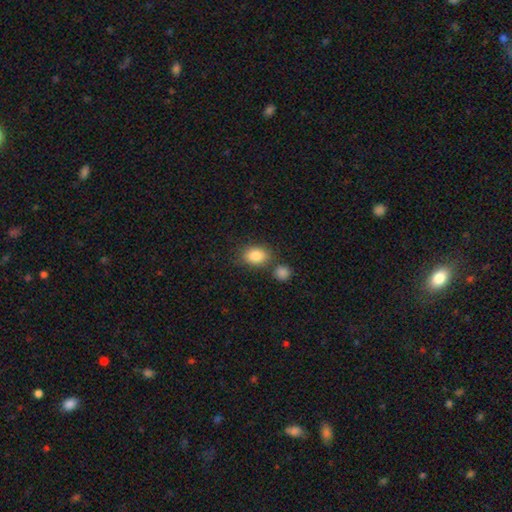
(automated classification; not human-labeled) Morphology: type=smooth (86%); roundness=in between (73%); merging=none (67%).